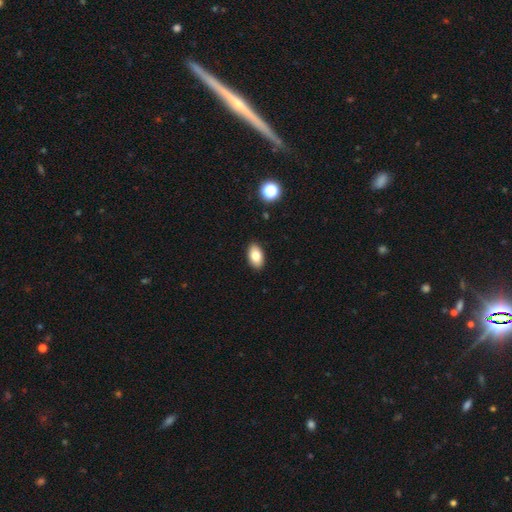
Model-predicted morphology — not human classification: Q: Smooth or featured?
A: smooth (82%); runner-up: featured or disk (10%)
Q: How rounded?
A: in between (92%); runner-up: round (6%)
Q: Merging?
A: none (90%); runner-up: minor disturbance (7%)